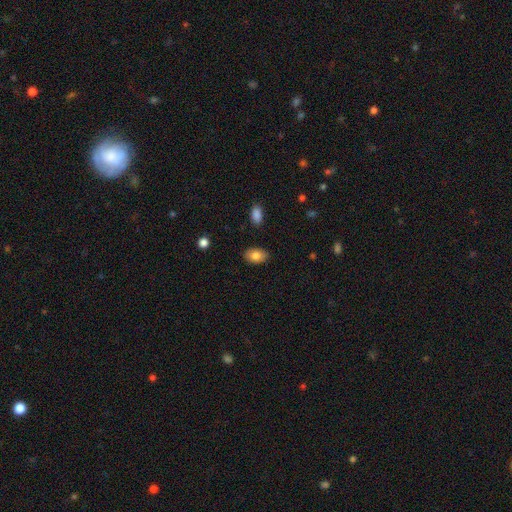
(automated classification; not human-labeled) Morphology: type=smooth (83%); roundness=in between (88%); merging=none (86%).